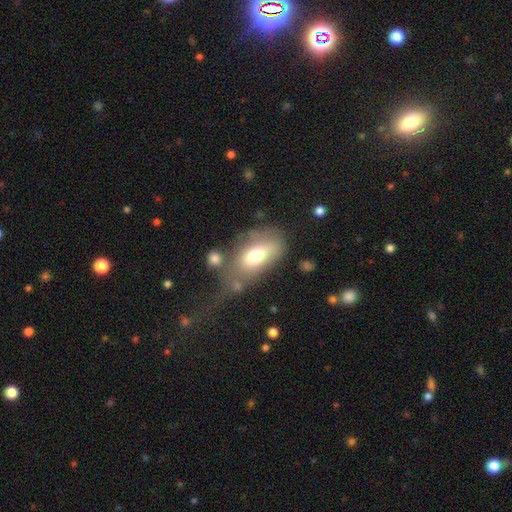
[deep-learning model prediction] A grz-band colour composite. It shows a smooth galaxy with no disk features (67%) that is in between round and cigar-shaped (86%). Merging: none (38%).